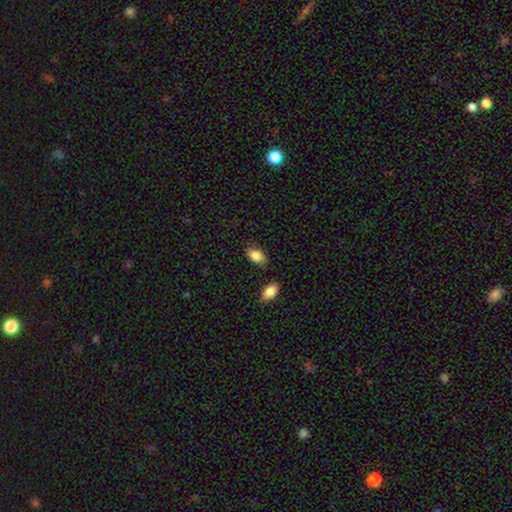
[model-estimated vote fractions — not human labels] Smooth or featured?
  - smooth: 86% *
  - star or artifact: 7%
  - featured or disk: 7%
How rounded?
  - in between: 89% *
  - round: 9%
  - cigar-shaped: 2%
Merging?
  - none: 79% *
  - minor disturbance: 14%
  - merger: 4%
  - major disturbance: 3%